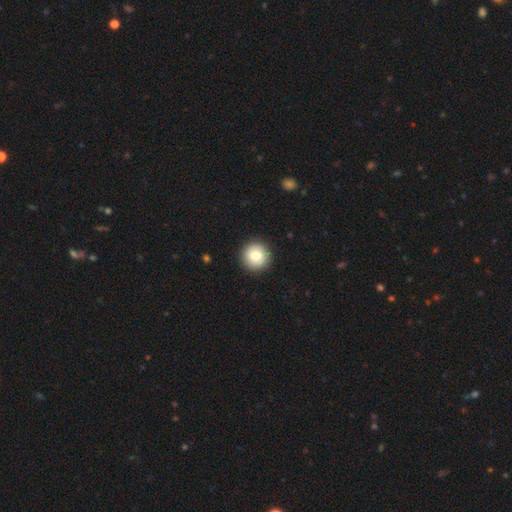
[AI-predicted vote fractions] smooth_or_featured: smooth (p=0.83) [alt: featured or disk p=0.09]
how_rounded: round (p=0.96) [alt: in between p=0.03]
merging: none (p=0.92) [alt: minor disturbance p=0.05]